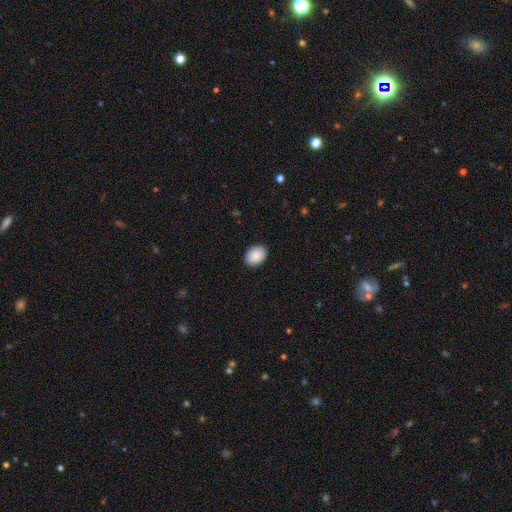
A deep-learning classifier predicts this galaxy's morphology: The model was most divided on "how rounded": in between: 71%, round: 28%, cigar-shaped: 1%. More confident: merging — none (90%); smooth or featured — smooth (90%).